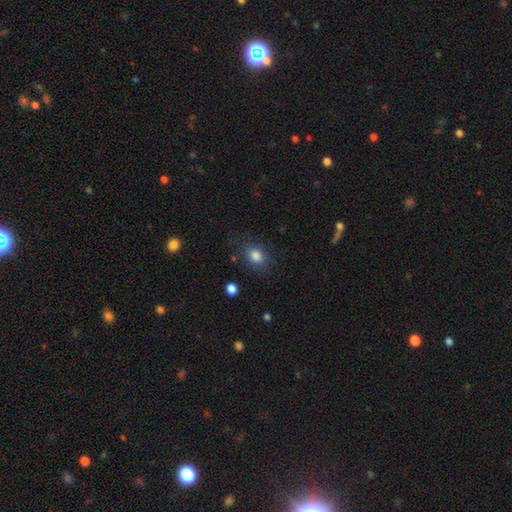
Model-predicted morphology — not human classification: smooth-or-featured: smooth: 83% | star or artifact: 10% | featured or disk: 7%
  how-rounded: in between: 61% | round: 38% | cigar-shaped: 1%
  merging: none: 79% | minor disturbance: 14% | major disturbance: 5% | merger: 2%